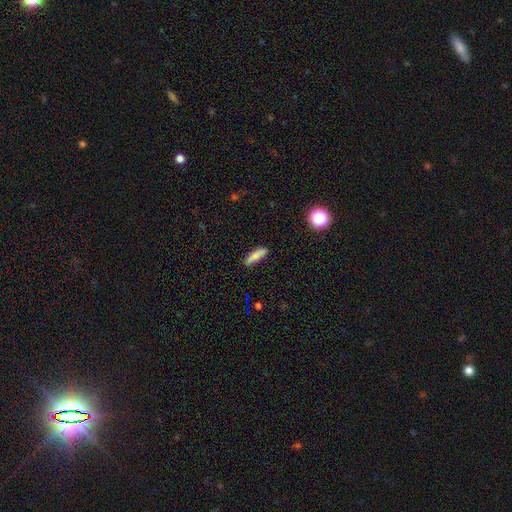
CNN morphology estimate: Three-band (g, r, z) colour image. It shows a smooth galaxy with no disk features (79%) that is cigar-shaped (62%). Merging: none (82%).